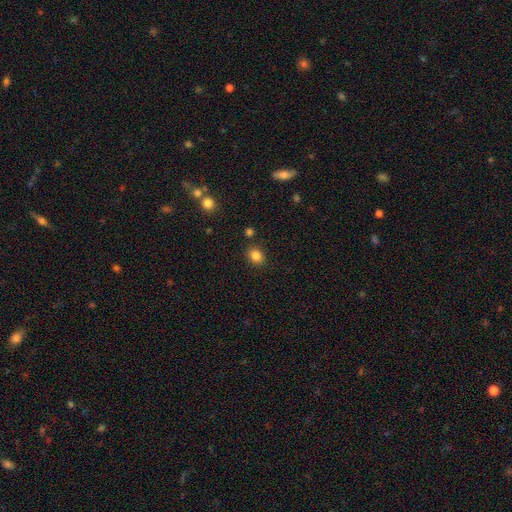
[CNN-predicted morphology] Overall: smooth (84%). How rounded: round (54%; in between 46%). Merging: none (84%).